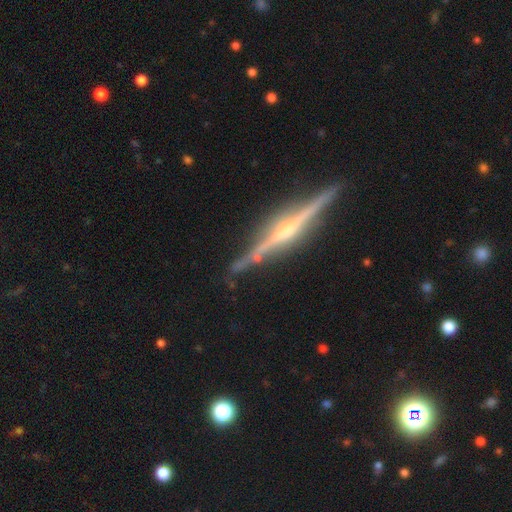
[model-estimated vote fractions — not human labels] Smooth or featured? Predicted: featured or disk (p=0.85). Edge-on disk? Predicted: yes (p=0.97). Edge-on bulge? Predicted: rounded (p=0.69). Merging? Predicted: none (p=0.85).